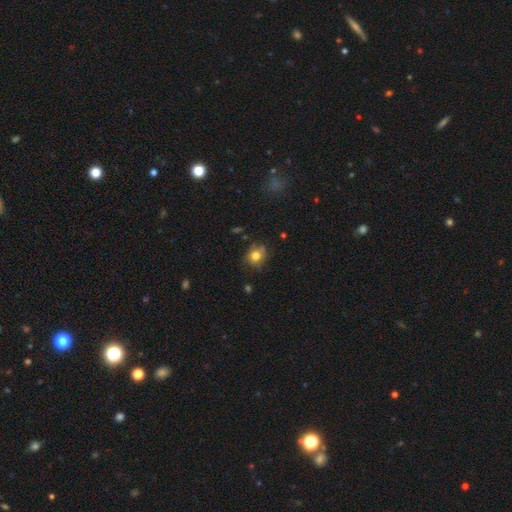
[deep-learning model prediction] Q: Smooth or featured?
A: smooth (75%); runner-up: featured or disk (13%)
Q: How rounded?
A: round (72%); runner-up: in between (27%)
Q: Merging?
A: none (65%); runner-up: minor disturbance (23%)